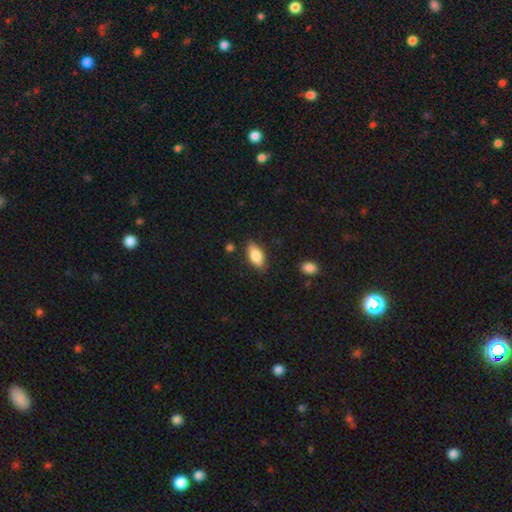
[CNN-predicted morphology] smooth_or_featured: smooth (p=0.81) [alt: featured or disk p=0.13]
how_rounded: in between (p=0.88) [alt: cigar-shaped p=0.09]
merging: none (p=0.83) [alt: minor disturbance p=0.13]